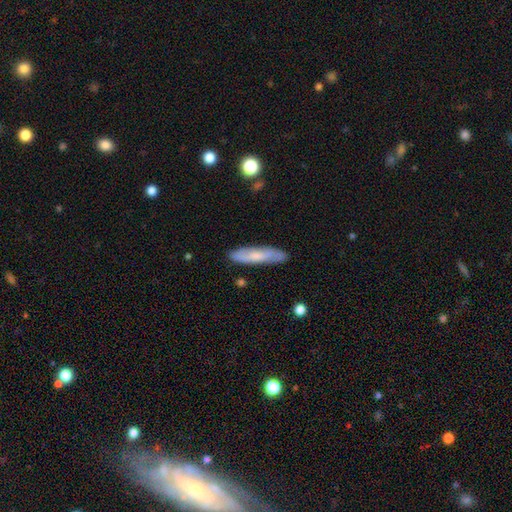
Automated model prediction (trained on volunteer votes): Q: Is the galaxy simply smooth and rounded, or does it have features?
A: smooth — 56%.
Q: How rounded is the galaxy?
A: cigar-shaped — 79%.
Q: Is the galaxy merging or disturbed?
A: none — 82%.